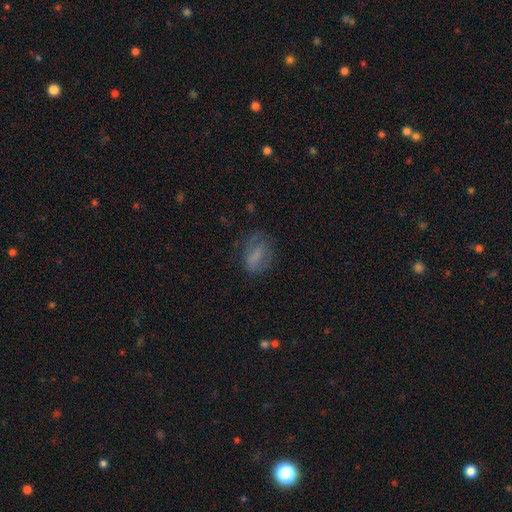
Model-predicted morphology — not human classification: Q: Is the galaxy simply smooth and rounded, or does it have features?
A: smooth — 65%.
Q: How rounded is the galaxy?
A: in between — 75%.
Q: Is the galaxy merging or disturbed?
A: none — 60%.